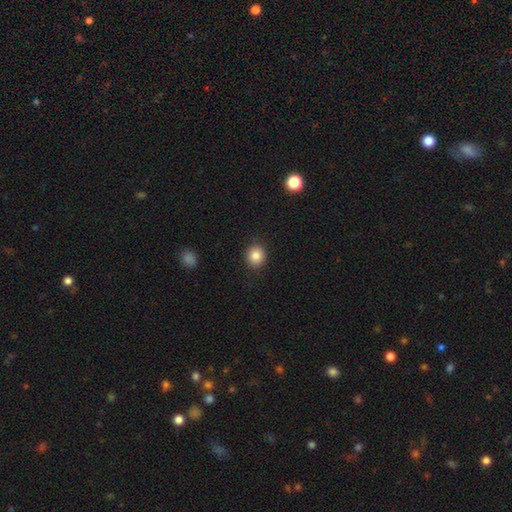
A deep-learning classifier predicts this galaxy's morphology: Smooth or featured?
  - smooth: 85% *
  - star or artifact: 10%
  - featured or disk: 5%
How rounded?
  - round: 84% *
  - in between: 15%
  - cigar-shaped: 1%
Merging?
  - none: 88% *
  - minor disturbance: 8%
  - major disturbance: 2%
  - merger: 1%